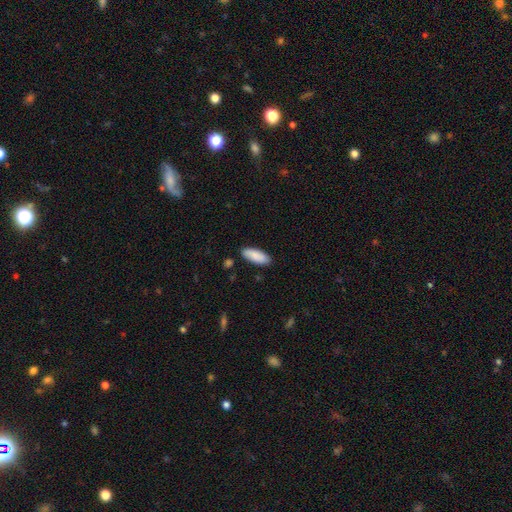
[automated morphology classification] Smooth or featured? Predicted: smooth (p=0.88). How rounded? Predicted: in between (p=0.75). Merging? Predicted: none (p=0.86).